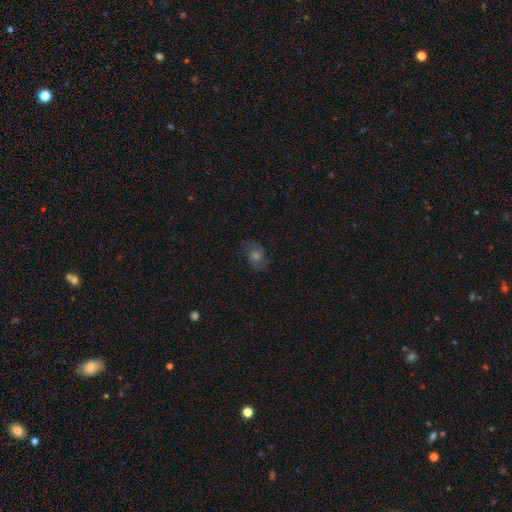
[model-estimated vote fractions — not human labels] Smooth or featured?
  - featured or disk: 65% *
  - smooth: 18%
  - star or artifact: 17%
Edge-on disk?
  - no: 97% *
  - yes: 3%
Bar?
  - no: 66% *
  - weak: 29%
  - strong: 5%
Spiral arms?
  - yes: 93% *
  - no: 7%
Spiral winding?
  - medium: 52% *
  - tight: 25%
  - loose: 23%
Spiral arm count?
  - 2: 84% *
  - can't tell: 8%
  - 3: 3%
  - 1: 2%
  - 4: 1%
  - more than 4: 1%
Bulge size?
  - moderate: 58% *
  - small: 26%
  - large: 10%
  - none: 4%
  - dominant: 2%
Merging?
  - none: 79% *
  - minor disturbance: 14%
  - major disturbance: 6%
  - merger: 1%